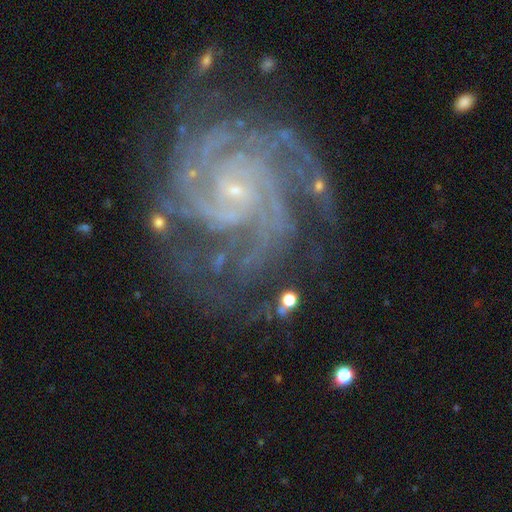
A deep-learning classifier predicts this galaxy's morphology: Smooth or featured? Predicted: featured or disk (p=0.92). Edge-on disk? Predicted: no (p=0.98). Bar? Predicted: no (p=0.64). Spiral arms? Predicted: yes (p=0.99). Spiral winding? Predicted: tight (p=0.72). Spiral arm count? Predicted: 4 (p=0.25). Bulge size? Predicted: small (p=0.85). Merging? Predicted: none (p=0.73).